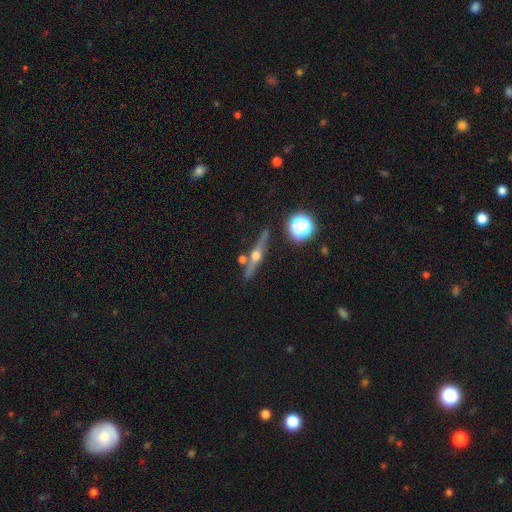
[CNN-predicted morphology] smooth_or_featured: featured or disk (p=0.75) [alt: smooth p=0.17]
disk_edge_on: yes (p=0.96) [alt: no p=0.04]
edge_on_bulge: rounded (p=0.95) [alt: boxy p=0.02]
merging: none (p=0.82) [alt: minor disturbance p=0.10]